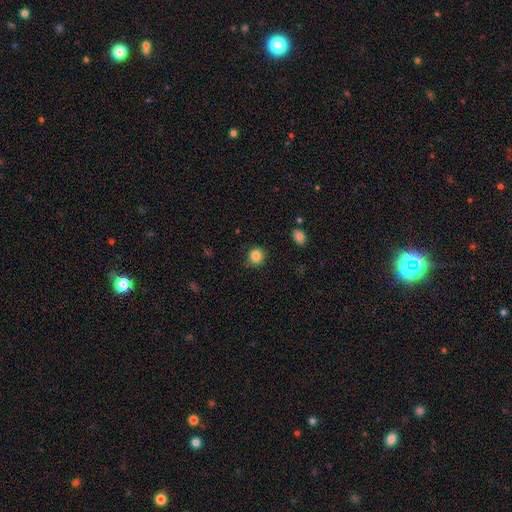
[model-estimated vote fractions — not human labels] A smooth galaxy with no disk features (86%) that is round (82%).

Vote fractions:
- Smooth or featured? smooth: 86% / star or artifact: 10% / featured or disk: 4%
- How rounded? round: 82% / in between: 17% / cigar-shaped: 1%
- Merging? none: 83% / minor disturbance: 13% / major disturbance: 3% / merger: 2%